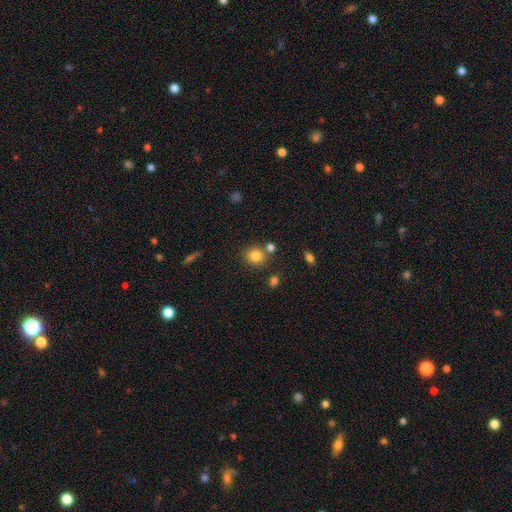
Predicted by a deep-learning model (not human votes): Smooth or featured?
  - smooth: 82% *
  - star or artifact: 11%
  - featured or disk: 6%
How rounded?
  - round: 85% *
  - in between: 14%
  - cigar-shaped: 1%
Merging?
  - none: 73% *
  - merger: 14%
  - minor disturbance: 9%
  - major disturbance: 3%